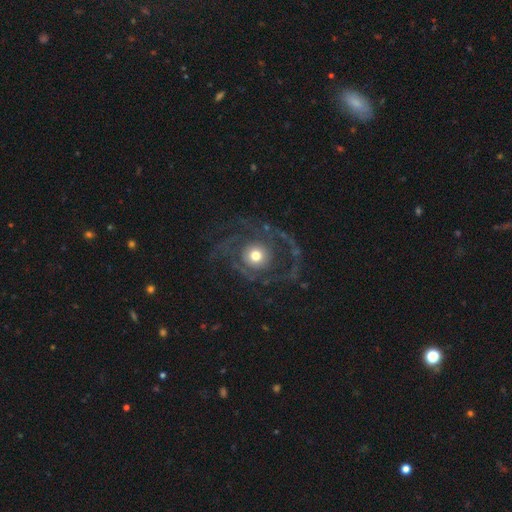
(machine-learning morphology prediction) This is likely a featured or disk galaxy (73%). It is clearly not viewed edge-on (97%). Bar: clearly no (83%). Spiral arm pattern: likely yes (78%). Spiral arm count: marginally 2 (29%). Spiral winding: marginally medium (38%). Central bulge: possibly moderate (59%). Merging: possibly none (56%).